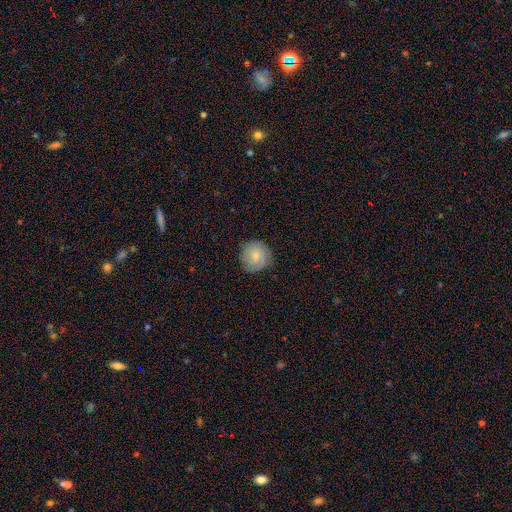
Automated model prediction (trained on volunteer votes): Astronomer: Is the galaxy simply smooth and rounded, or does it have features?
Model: smooth — 71%.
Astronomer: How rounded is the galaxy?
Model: round — 92%.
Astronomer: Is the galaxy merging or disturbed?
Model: none — 81%.